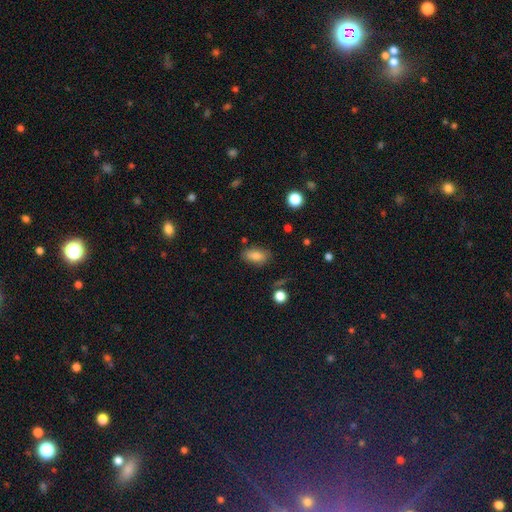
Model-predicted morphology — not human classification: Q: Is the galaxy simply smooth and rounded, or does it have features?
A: smooth — 79%.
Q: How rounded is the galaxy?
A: in between — 89%.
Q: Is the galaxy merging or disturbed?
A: none — 79%.